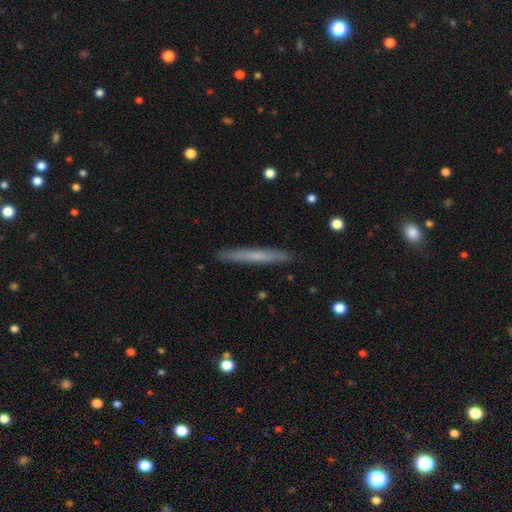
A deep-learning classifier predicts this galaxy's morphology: Overall: smooth (55%; featured or disk 39%). How rounded: cigar-shaped (97%). Merging: none (91%).